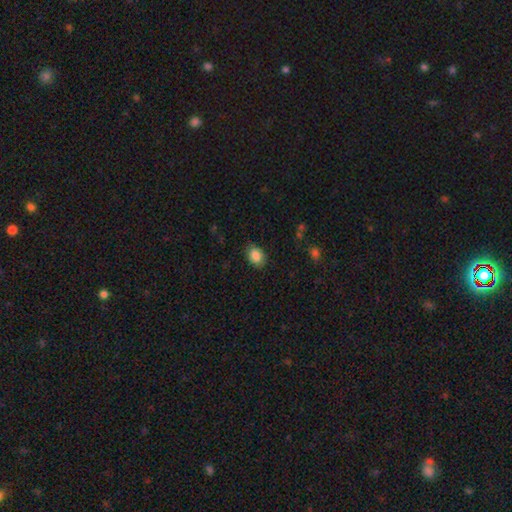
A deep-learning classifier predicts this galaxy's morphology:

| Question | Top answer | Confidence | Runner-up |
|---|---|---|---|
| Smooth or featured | smooth | 86% | star or artifact (8%) |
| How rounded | in between | 74% | round (25%) |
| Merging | none | 82% | minor disturbance (14%) |